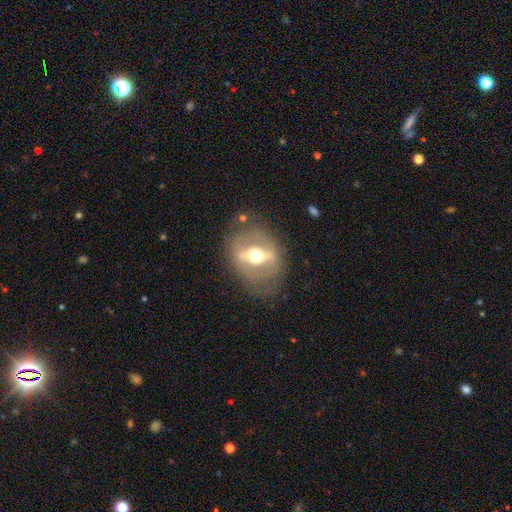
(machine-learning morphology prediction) Overall: featured or disk (78%). Edge-on disk: no (69%; yes 31%). Bar: strong (80%). Spiral arms: no (81%). Bulge size: moderate (67%). Merging: none (76%).